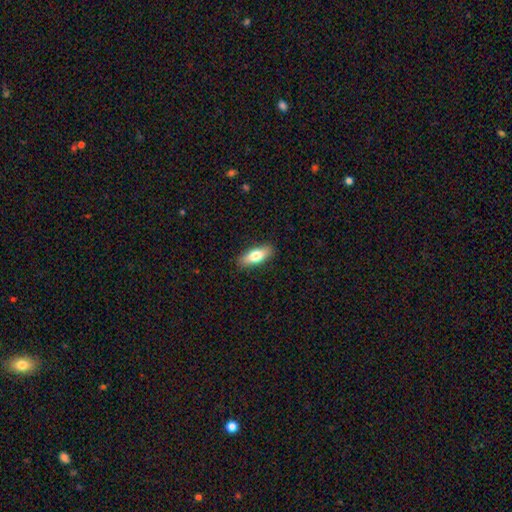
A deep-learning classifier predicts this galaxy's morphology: This is likely a smooth galaxy (75%). How rounded: likely in between (72%). Merging: clearly none (89%).